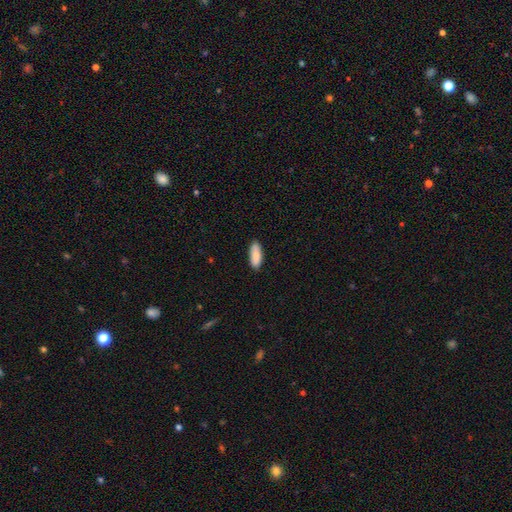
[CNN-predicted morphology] A smooth galaxy with no disk features (87%) that is in between round and cigar-shaped (71%).

Vote fractions:
- Smooth or featured? smooth: 87% / featured or disk: 8% / star or artifact: 6%
- How rounded? in between: 71% / cigar-shaped: 28% / round: 2%
- Merging? none: 88% / minor disturbance: 9% / major disturbance: 2% / merger: 1%